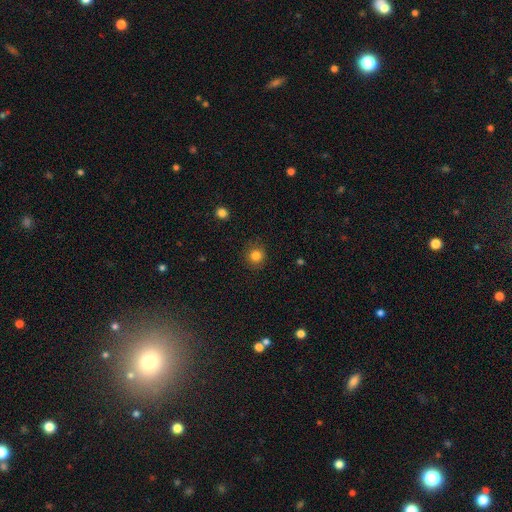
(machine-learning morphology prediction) This appears to be a smooth galaxy with no disk features (83%) that is round (92%). Merging: none (89%).